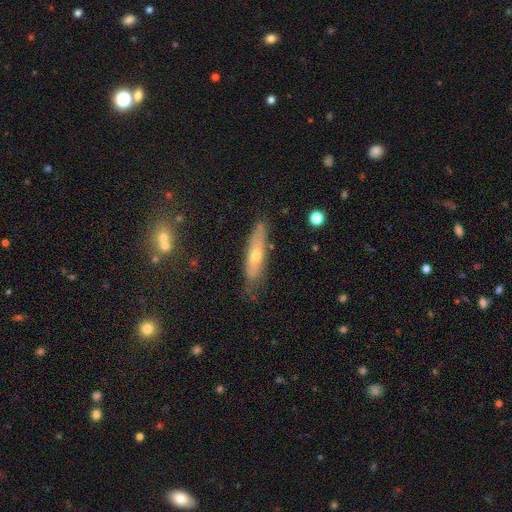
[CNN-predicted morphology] smooth_or_featured: featured or disk (p=0.51) [alt: smooth p=0.40]
disk_edge_on: yes (p=0.63) [alt: no p=0.37]
merging: none (p=0.73) [alt: minor disturbance p=0.20]